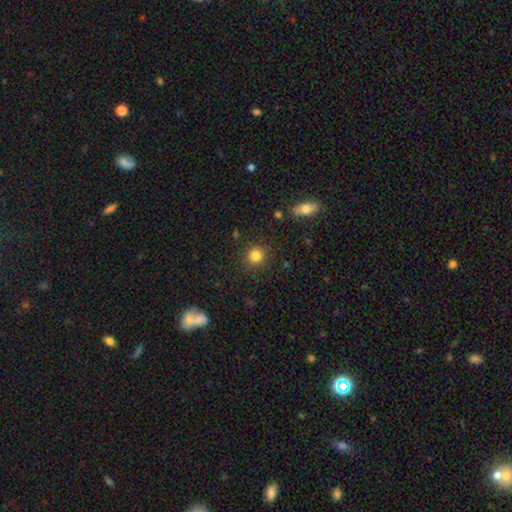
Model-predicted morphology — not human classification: Smooth or featured: smooth — 83% (star or artifact — 11%)
How rounded: round — 89% (in between — 10%)
Merging: none — 89% (minor disturbance — 7%)